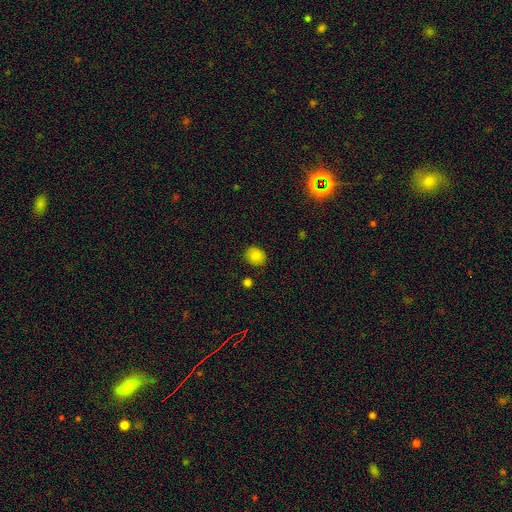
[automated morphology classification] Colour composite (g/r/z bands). It shows a smooth galaxy with no disk features (83%) that is round (70%). Merging: none (85%).